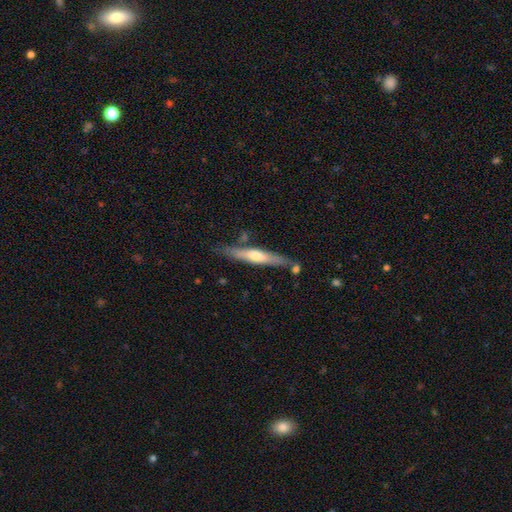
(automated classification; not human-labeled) Overall: featured or disk (51%; smooth 44%). Edge-on disk: yes (88%). Merging: none (73%).